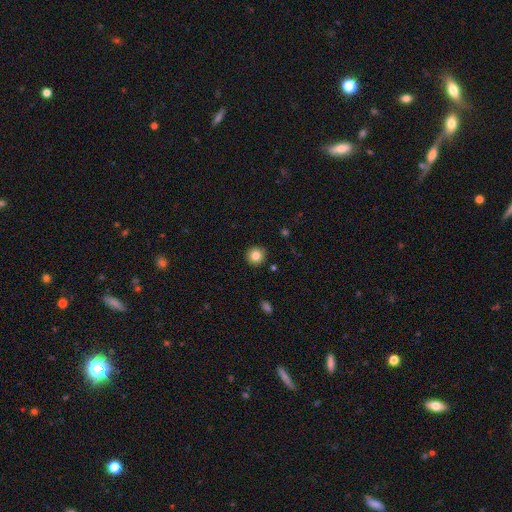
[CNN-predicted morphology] A smooth galaxy with no disk features (83%) that is round (95%). Merging: none (92%).